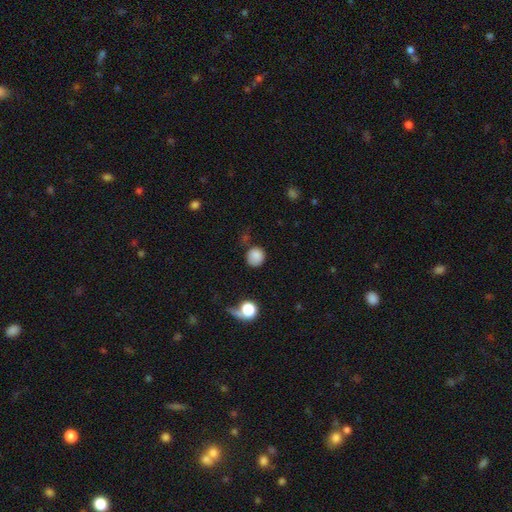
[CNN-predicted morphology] smooth 83%, star or artifact 11%, featured or disk 6%. Down the decision tree: how rounded — round (89%); merging — none (73%).